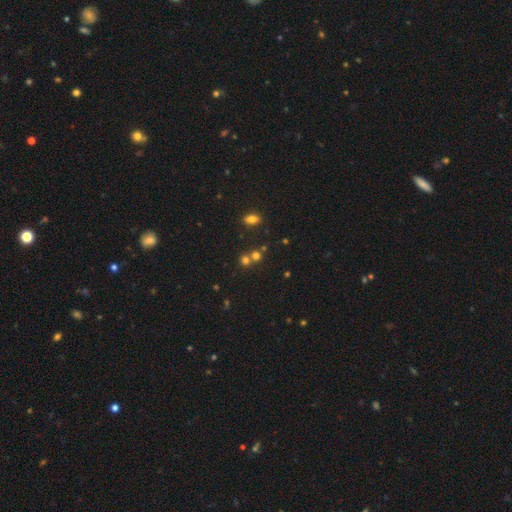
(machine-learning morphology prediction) smooth-or-featured: smooth: 66% | star or artifact: 23% | featured or disk: 11%
  how-rounded: round: 82% | in between: 17% | cigar-shaped: 1%
  merging: none: 51% | merger: 40% | minor disturbance: 6% | major disturbance: 3%